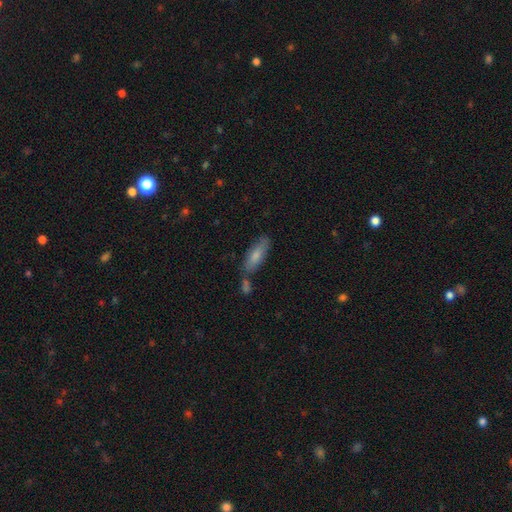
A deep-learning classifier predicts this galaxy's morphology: smooth_or_featured: smooth (p=0.73) [alt: featured or disk p=0.21]
how_rounded: in between (p=0.51) [alt: cigar-shaped p=0.47]
merging: none (p=0.64) [alt: merger p=0.16]